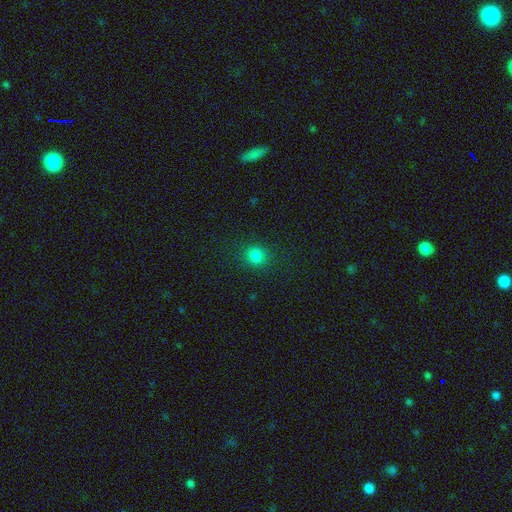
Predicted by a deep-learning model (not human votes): smooth_or_featured: smooth (p=0.83) [alt: star or artifact p=0.13]
how_rounded: round (p=0.86) [alt: in between p=0.13]
merging: none (p=0.89) [alt: minor disturbance p=0.07]